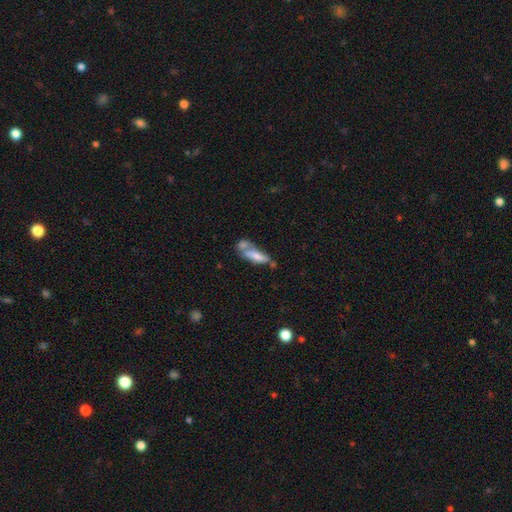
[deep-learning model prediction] Morphology: type=smooth (65%); roundness=in between (53%); merging=merger (49%).